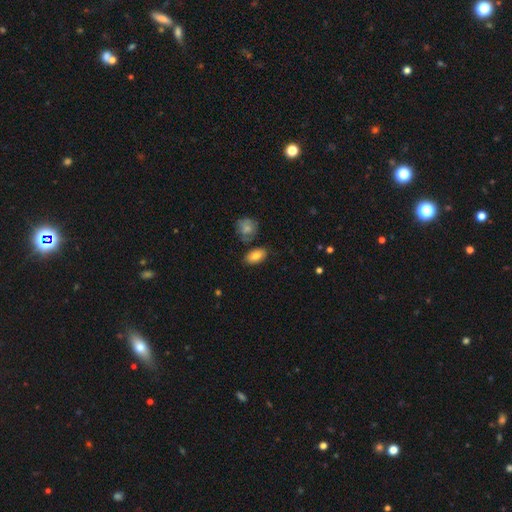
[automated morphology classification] smooth 81%, featured or disk 11%, star or artifact 8%. Down the decision tree: how rounded — in between (90%); merging — none (77%).